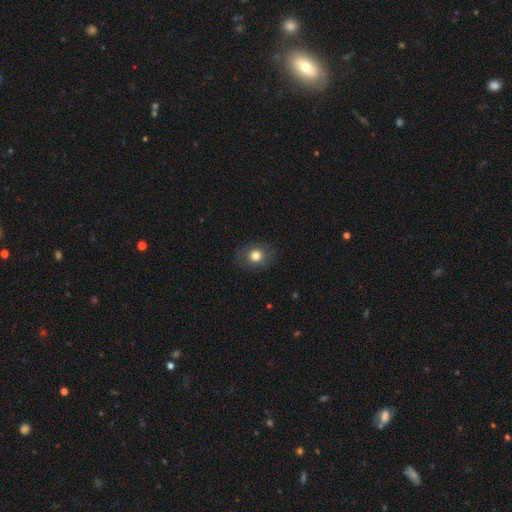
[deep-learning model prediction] This appears to be a smooth galaxy with no disk features (78%) that is round (59%). Merging: none (85%).